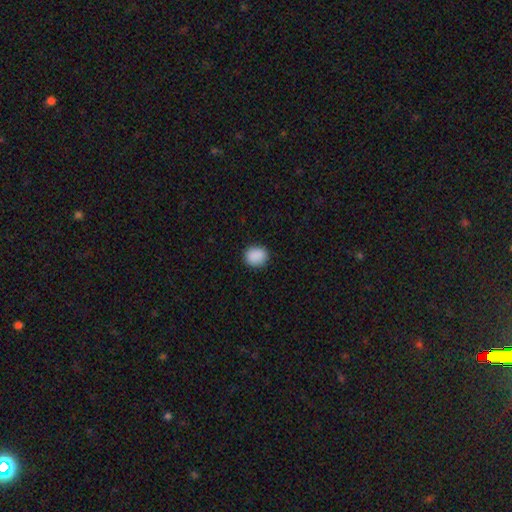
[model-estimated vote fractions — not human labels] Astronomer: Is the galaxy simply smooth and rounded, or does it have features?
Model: smooth — 90%.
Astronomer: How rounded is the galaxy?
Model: round — 70%.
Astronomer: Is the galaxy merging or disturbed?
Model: none — 90%.